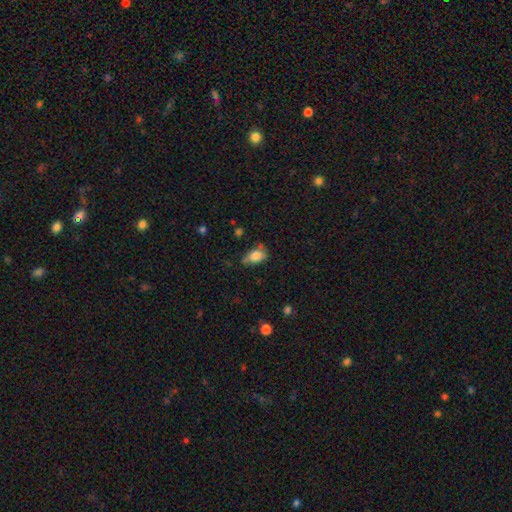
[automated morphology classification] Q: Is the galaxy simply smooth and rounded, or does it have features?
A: smooth — 79%.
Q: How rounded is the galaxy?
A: in between — 86%.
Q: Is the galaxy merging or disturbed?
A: none — 49%.